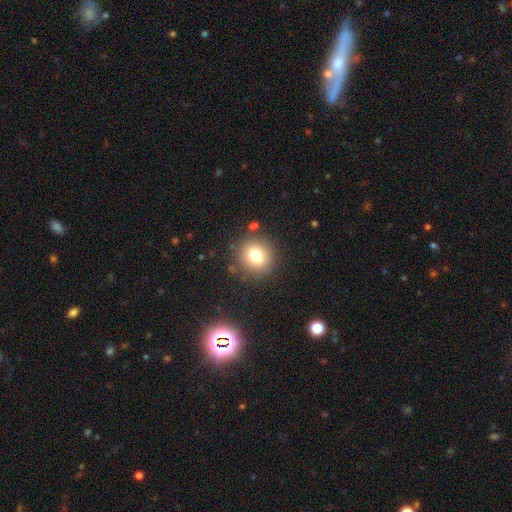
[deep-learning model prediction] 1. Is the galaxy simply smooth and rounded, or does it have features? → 78% smooth, 12% star or artifact, 10% featured or disk.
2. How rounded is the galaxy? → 84% round, 15% in between, 1% cigar-shaped.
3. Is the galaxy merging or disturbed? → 84% none, 9% minor disturbance, 4% major disturbance, 3% merger.